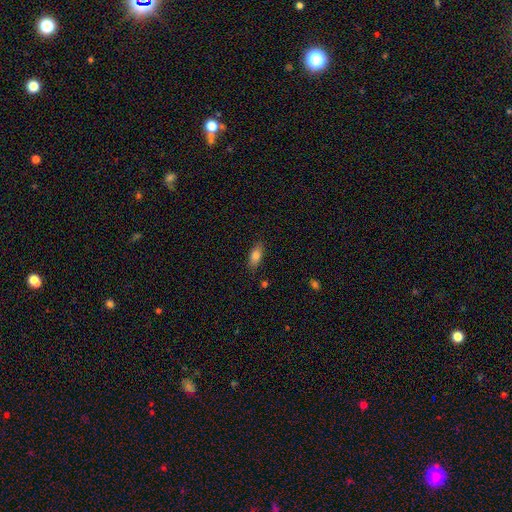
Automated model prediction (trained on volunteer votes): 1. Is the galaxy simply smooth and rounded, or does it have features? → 81% smooth, 11% featured or disk, 8% star or artifact.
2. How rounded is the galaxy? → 83% in between, 13% cigar-shaped, 4% round.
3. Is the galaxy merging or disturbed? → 84% none, 12% minor disturbance, 3% major disturbance, 1% merger.